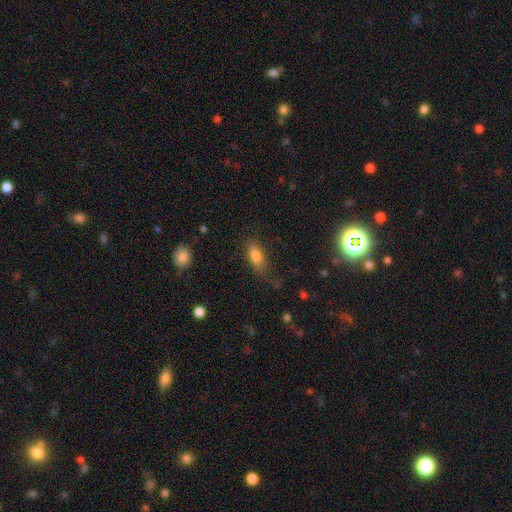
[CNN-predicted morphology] This appears to be a smooth galaxy with no disk features (80%) that is in between round and cigar-shaped (84%). Merging: none (65%).